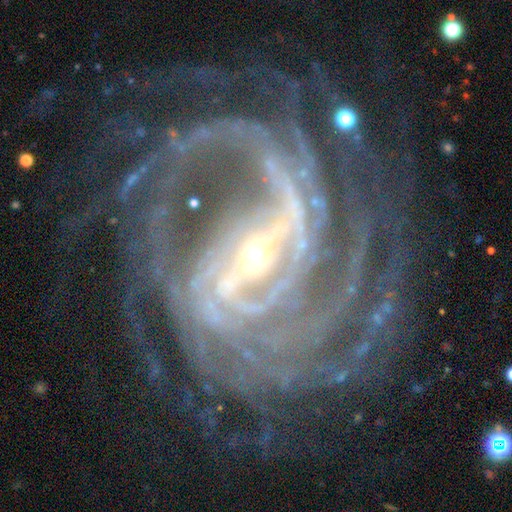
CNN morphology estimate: This is clearly a featured or disk galaxy (92%). It is clearly not viewed edge-on (97%). Bar: likely strong (69%). Spiral arm pattern: clearly yes (98%). Spiral arm count: marginally more than 4 (24%). Spiral winding: likely tight (63%). Central bulge: likely small (71%). Merging: likely none (70%).